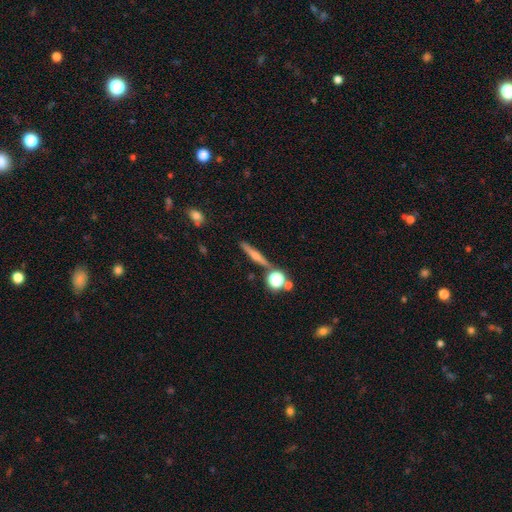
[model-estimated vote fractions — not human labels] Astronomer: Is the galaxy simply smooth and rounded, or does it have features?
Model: featured or disk — 47% (runner-up: smooth, 42%).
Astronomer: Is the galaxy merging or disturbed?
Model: none — 82%.